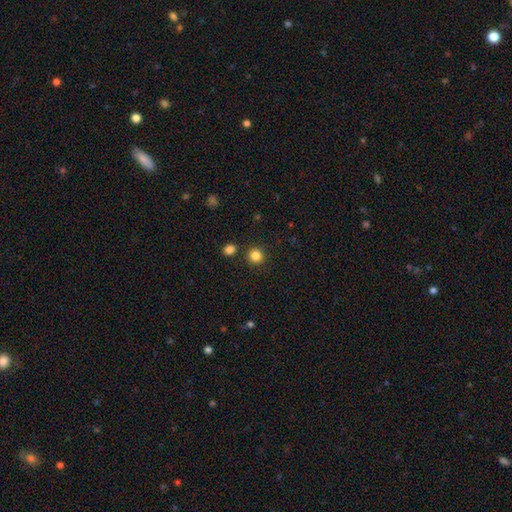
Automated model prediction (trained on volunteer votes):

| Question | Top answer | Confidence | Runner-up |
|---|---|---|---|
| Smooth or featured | smooth | 84% | star or artifact (12%) |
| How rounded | round | 92% | in between (7%) |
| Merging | none | 88% | minor disturbance (6%) |